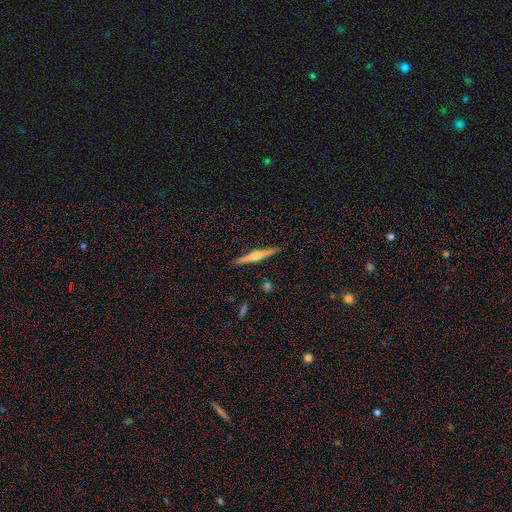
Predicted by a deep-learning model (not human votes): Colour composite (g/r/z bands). It shows a featured or disk galaxy (75%) viewed edge-on (98%) with a rounded central bulge (90%). Merging: none (91%).